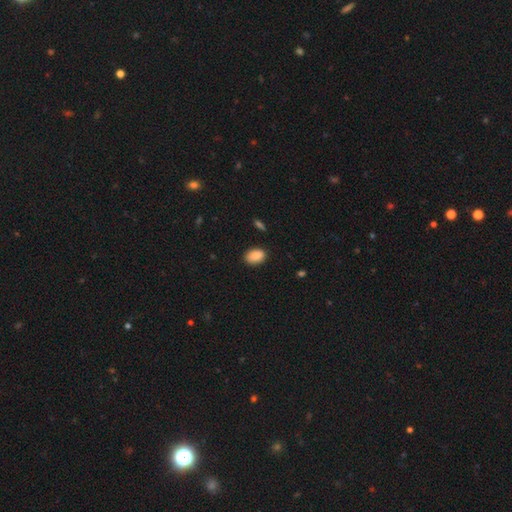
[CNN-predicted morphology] Smooth or featured? smooth (89%)
How rounded? in between (85%)
Merging? none (87%)